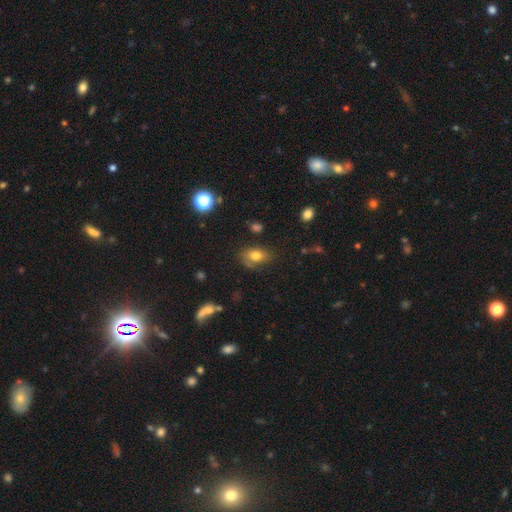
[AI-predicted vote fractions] Smooth or featured? smooth (74%)
How rounded? in between (80%)
Merging? none (63%)